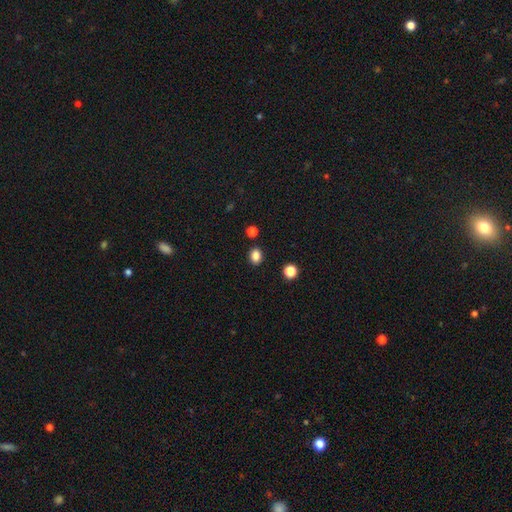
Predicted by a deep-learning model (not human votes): smooth_or_featured: smooth (p=0.84) [alt: star or artifact p=0.11]
how_rounded: in between (p=0.59) [alt: round p=0.40]
merging: none (p=0.86) [alt: minor disturbance p=0.08]